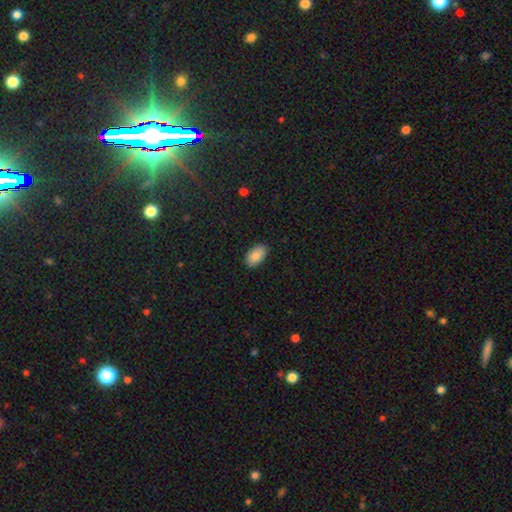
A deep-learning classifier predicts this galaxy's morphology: A smooth galaxy with no disk features (87%) that is in between round and cigar-shaped (94%). Merging: none (87%).